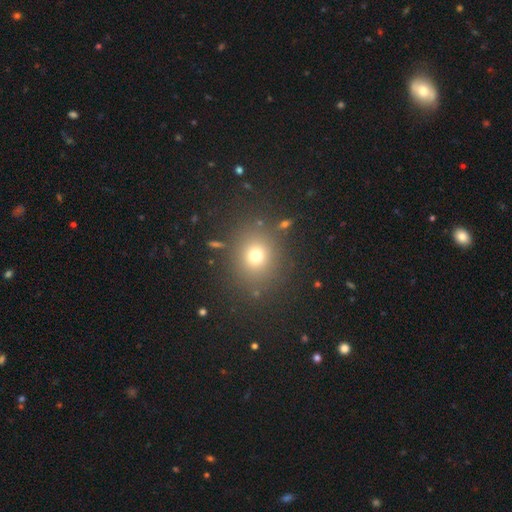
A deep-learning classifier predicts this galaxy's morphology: Smooth or featured? Predicted: smooth (p=0.72). How rounded? Predicted: round (p=0.79). Merging? Predicted: none (p=0.84).